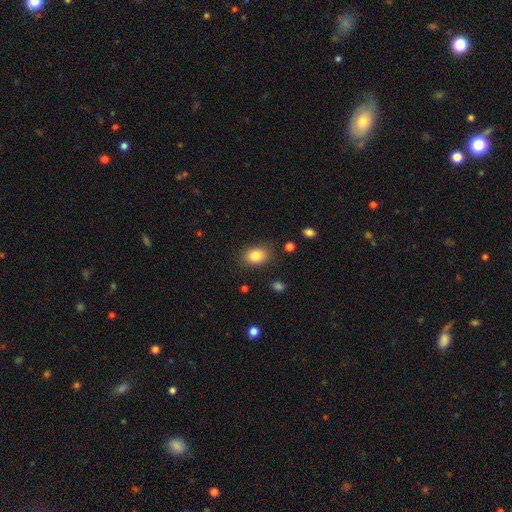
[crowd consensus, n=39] A smooth galaxy with no disk features (87%) that is in between round and cigar-shaped (65%).

Vote fractions:
- Smooth or featured? smooth: 87% / star or artifact: 10% / featured or disk: 3%
- How rounded? in between: 65% / round: 35% / cigar-shaped: 0%
- Merging? none: 86% / minor disturbance: 14% / major disturbance: 0% / merger: 0%